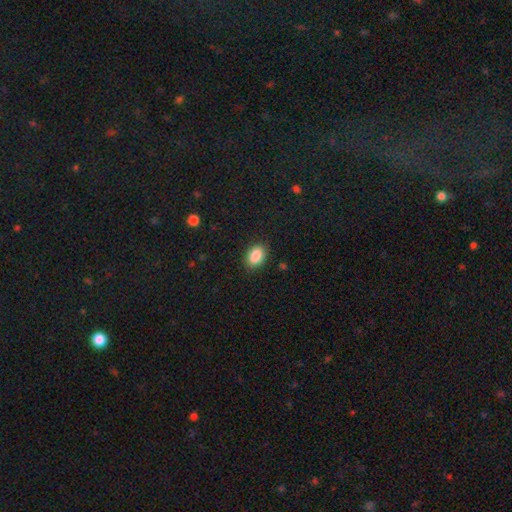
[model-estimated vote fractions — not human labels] This is clearly a smooth galaxy (89%). How rounded: clearly in between (82%). Merging: clearly none (88%).